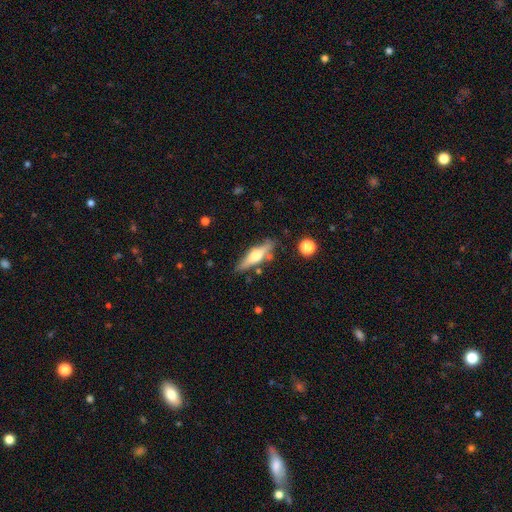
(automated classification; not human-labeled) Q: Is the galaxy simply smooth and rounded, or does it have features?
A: featured or disk — 55%.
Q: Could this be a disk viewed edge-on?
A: yes — 93%.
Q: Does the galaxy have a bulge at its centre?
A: rounded — 90%.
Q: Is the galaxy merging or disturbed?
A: none — 79%.